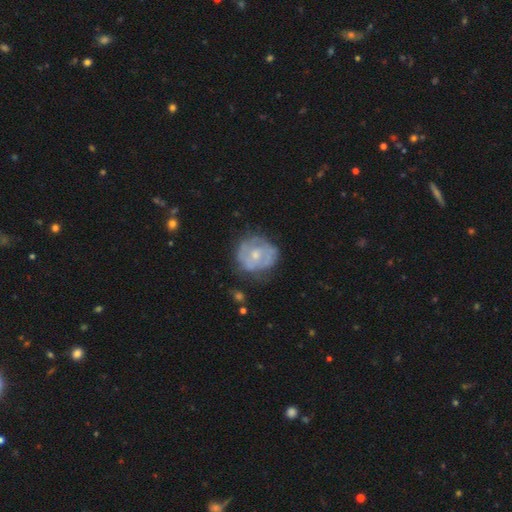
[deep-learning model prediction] featured or disk 64%, smooth 30%, star or artifact 6%. Down the decision tree: edge-on disk — no (98%); bar — no (77%); spiral arms — yes (53%); bulge size — small (50%); merging — none (63%).